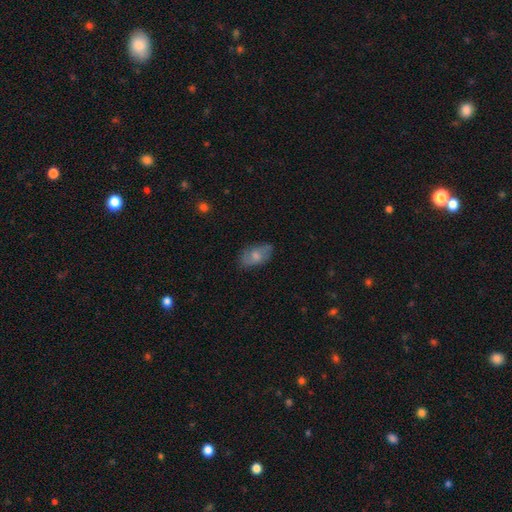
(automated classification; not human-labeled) Smooth or featured: smooth — 60% (featured or disk — 32%)
How rounded: in between — 91% (round — 6%)
Merging: none — 64% (minor disturbance — 25%)